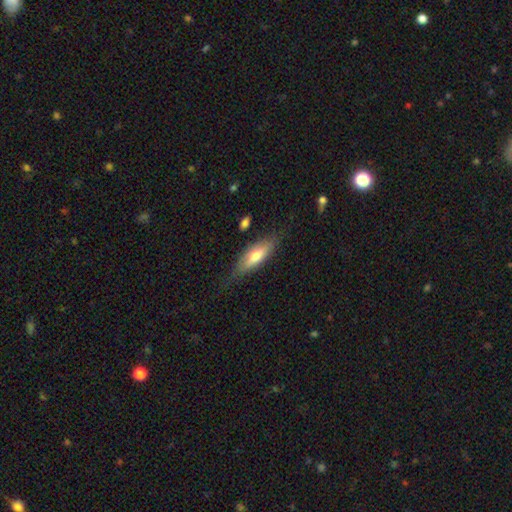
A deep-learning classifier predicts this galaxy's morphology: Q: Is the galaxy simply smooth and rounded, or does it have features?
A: smooth — 63%.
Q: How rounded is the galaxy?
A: in between — 56%.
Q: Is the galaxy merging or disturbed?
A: none — 70%.